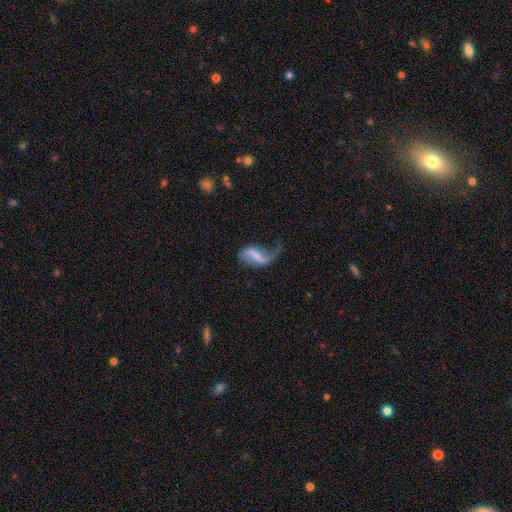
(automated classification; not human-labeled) smooth_or_featured: featured or disk (p=0.71) [alt: smooth p=0.22]
disk_edge_on: no (p=0.96) [alt: yes p=0.04]
bar: strong (p=0.47) [alt: weak p=0.37]
has_spiral_arms: yes (p=0.84) [alt: no p=0.16]
spiral_winding: loose (p=0.86) [alt: medium p=0.11]
spiral_arm_count: 2 (p=0.65) [alt: 1 p=0.30]
bulge_size: none (p=0.56) [alt: small p=0.26]
merging: major disturbance (p=0.37) [alt: none p=0.36]